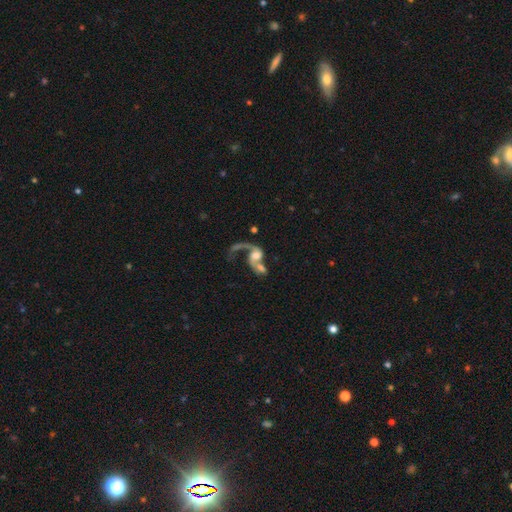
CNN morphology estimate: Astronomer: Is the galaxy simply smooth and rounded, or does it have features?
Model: featured or disk — 70%.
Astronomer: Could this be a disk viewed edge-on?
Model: no — 96%.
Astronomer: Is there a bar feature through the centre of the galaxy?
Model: no — 64%.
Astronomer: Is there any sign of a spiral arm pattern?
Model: yes — 80%.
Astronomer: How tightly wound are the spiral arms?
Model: loose — 83%.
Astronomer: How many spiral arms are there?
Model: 1 — 51% (runner-up: 2, 43%).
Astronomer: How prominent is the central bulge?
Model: moderate — 40% (runner-up: large, 27%).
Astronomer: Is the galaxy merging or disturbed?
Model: merger — 59%.